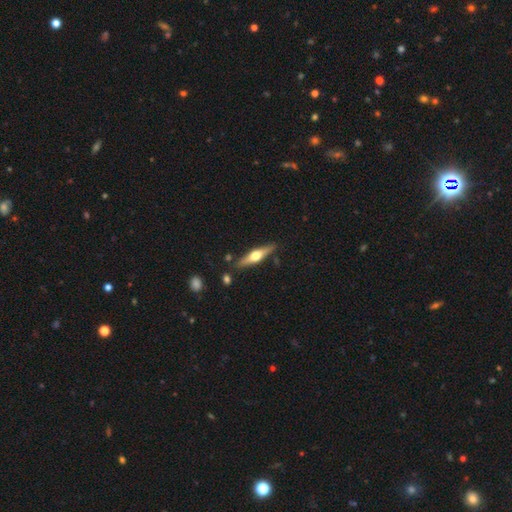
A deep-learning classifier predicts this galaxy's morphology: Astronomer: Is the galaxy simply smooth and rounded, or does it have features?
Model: featured or disk — 64%.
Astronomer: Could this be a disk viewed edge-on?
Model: yes — 96%.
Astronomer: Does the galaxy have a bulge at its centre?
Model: rounded — 94%.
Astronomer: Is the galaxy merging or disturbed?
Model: none — 84%.